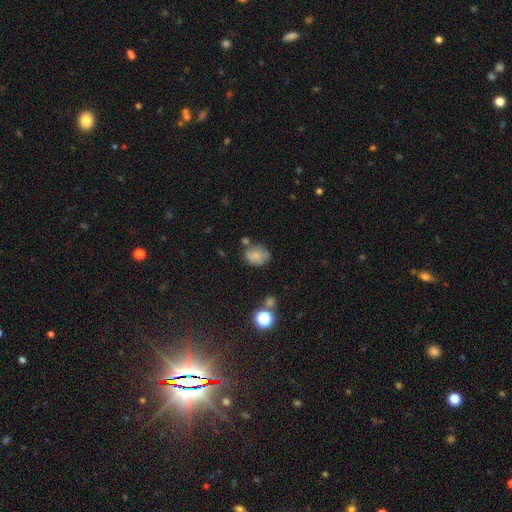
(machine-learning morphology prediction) This appears to be a smooth galaxy with no disk features (76%) that is in between round and cigar-shaped (55%). Merging: none (59%).